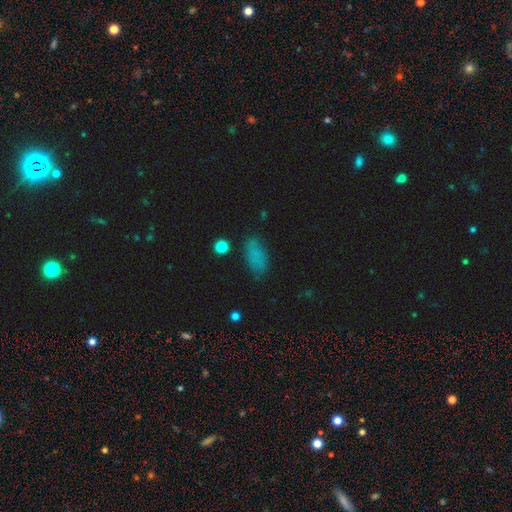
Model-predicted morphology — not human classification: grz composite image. It shows a smooth galaxy with no disk features (78%) that is in between round and cigar-shaped (88%). Merging: none (76%).